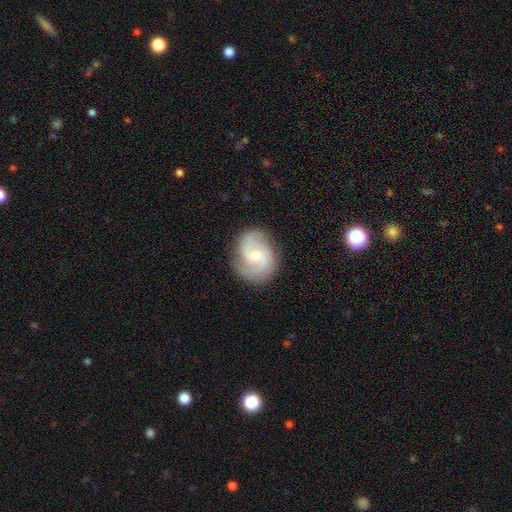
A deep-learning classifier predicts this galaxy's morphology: Smooth or featured: featured or disk — 82% (smooth — 12%)
Edge-on disk: no — 98% (yes — 2%)
Bar: no — 50% (weak — 43%)
Spiral arms: yes — 97% (no — 3%)
Spiral winding: medium — 54% (tight — 28%)
Spiral arm count: 2 — 75% (3 — 12%)
Bulge size: small — 55% (moderate — 40%)
Merging: none — 81% (minor disturbance — 13%)